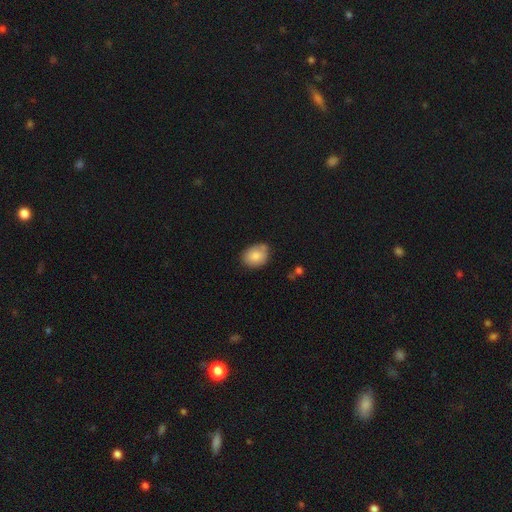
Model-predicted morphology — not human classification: This is clearly a smooth galaxy (81%). How rounded: likely in between (61%). Merging: likely none (65%).